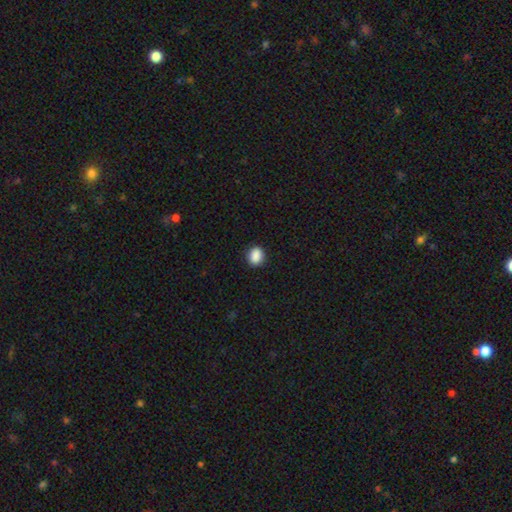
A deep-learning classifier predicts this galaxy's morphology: Q: Smooth or featured?
A: smooth (88%); runner-up: star or artifact (9%)
Q: How rounded?
A: in between (50%); runner-up: round (48%)
Q: Merging?
A: none (89%); runner-up: minor disturbance (8%)